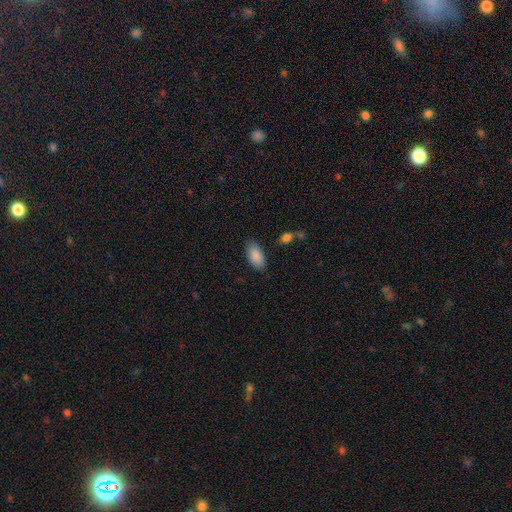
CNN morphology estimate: A smooth galaxy with no disk features (89%) that is in between round and cigar-shaped (93%).

Vote fractions:
- Smooth or featured? smooth: 89% / star or artifact: 6% / featured or disk: 5%
- How rounded? in between: 93% / cigar-shaped: 5% / round: 2%
- Merging? none: 82% / minor disturbance: 13% / major disturbance: 3% / merger: 2%